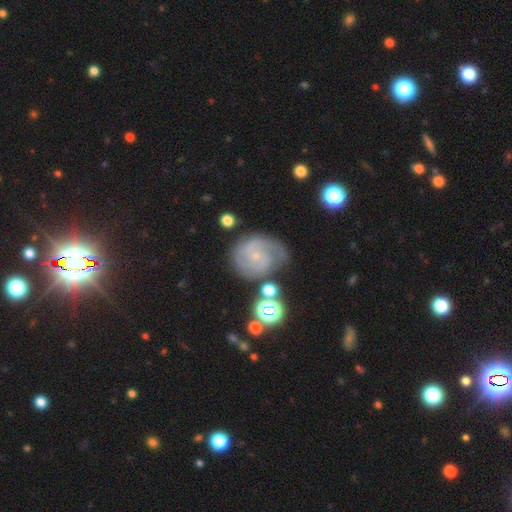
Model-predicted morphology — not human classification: The model was most divided on "spiral winding": tight: 51%, medium: 38%, loose: 11%. More confident: edge-on disk — no (98%); spiral arms — yes (94%); bulge size — small (83%); smooth or featured — featured or disk (77%); bar — no (71%); merging — none (61%); spiral arm count — 2 (51%).